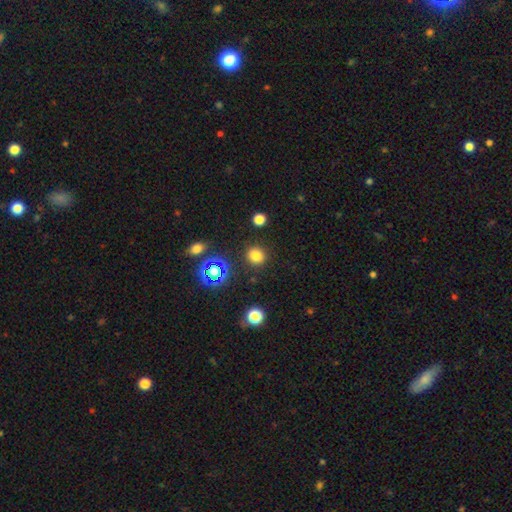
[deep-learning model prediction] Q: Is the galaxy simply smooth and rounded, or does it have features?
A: smooth — 77%.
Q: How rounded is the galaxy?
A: round — 83%.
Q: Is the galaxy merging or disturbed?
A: none — 88%.